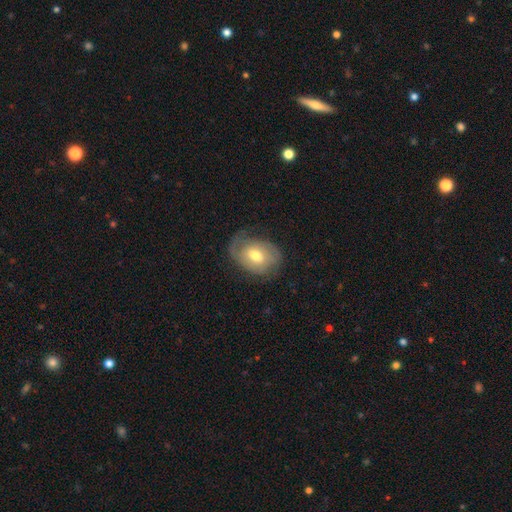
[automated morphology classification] smooth_or_featured: featured or disk (p=0.56) [alt: smooth p=0.37]
disk_edge_on: no (p=0.95) [alt: yes p=0.05]
bar: no (p=0.51) [alt: weak p=0.39]
has_spiral_arms: yes (p=0.77) [alt: no p=0.23]
bulge_size: moderate (p=0.72) [alt: small p=0.18]
merging: none (p=0.60) [alt: minor disturbance p=0.26]